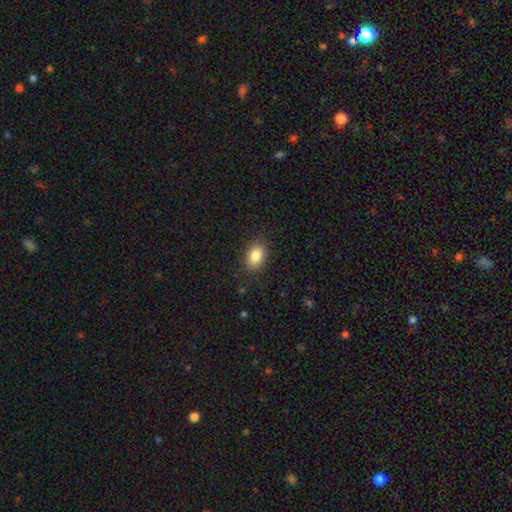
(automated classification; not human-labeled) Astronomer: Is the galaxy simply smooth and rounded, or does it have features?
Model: smooth — 85%.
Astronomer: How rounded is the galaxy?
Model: in between — 81%.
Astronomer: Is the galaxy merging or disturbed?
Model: none — 85%.